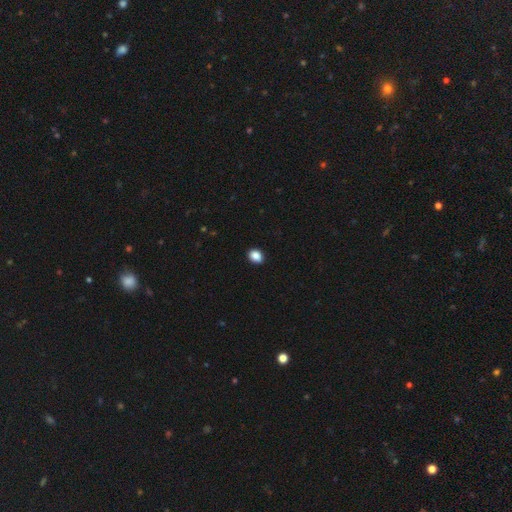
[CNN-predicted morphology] smooth_or_featured: smooth (p=0.88) [alt: star or artifact p=0.09]
how_rounded: in between (p=0.59) [alt: round p=0.40]
merging: none (p=0.90) [alt: minor disturbance p=0.07]